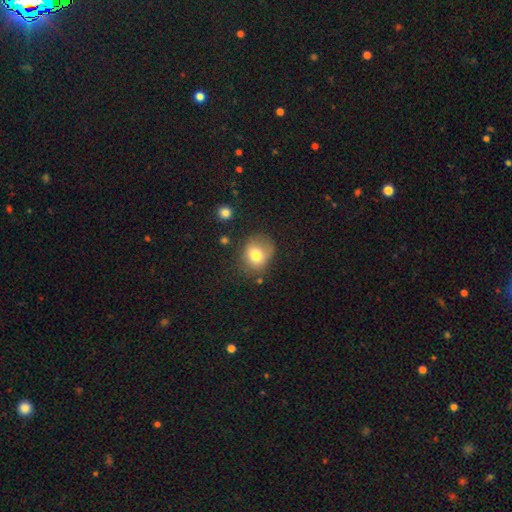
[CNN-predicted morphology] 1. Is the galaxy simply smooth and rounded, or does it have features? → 77% smooth, 13% featured or disk, 10% star or artifact.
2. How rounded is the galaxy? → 63% round, 36% in between, 1% cigar-shaped.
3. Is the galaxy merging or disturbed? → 61% none, 26% minor disturbance, 10% major disturbance, 4% merger.